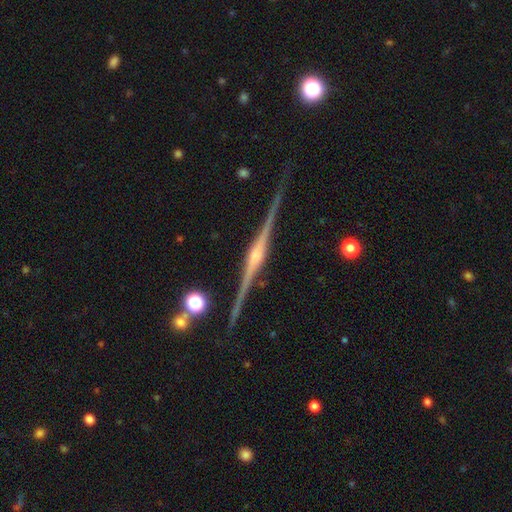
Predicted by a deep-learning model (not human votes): Overall: featured or disk (89%). Edge-on disk: yes (98%). Edge-on bulge: rounded (83%). Merging: none (88%).